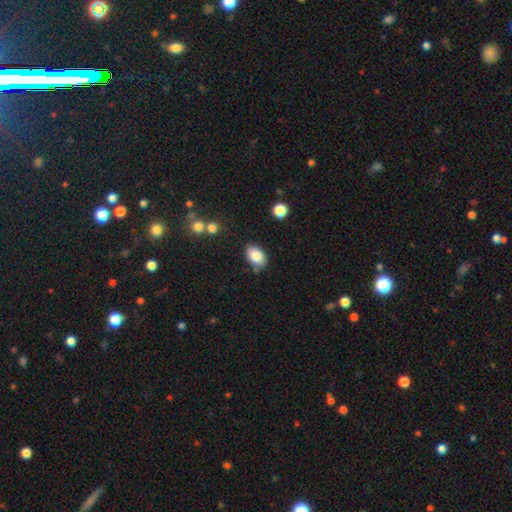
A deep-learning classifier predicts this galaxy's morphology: type=smooth (84%); roundness=in between (88%); merging=none (78%).